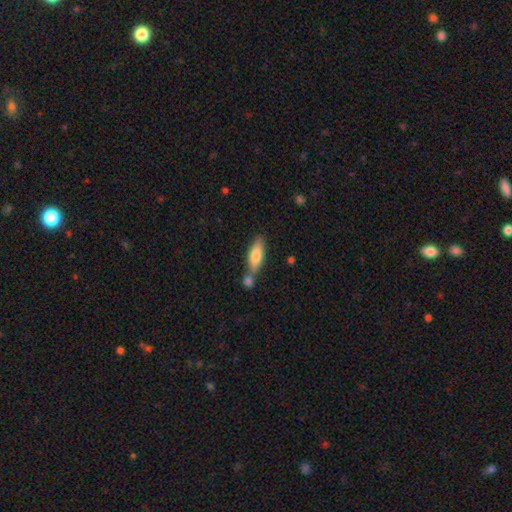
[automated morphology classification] A smooth galaxy with no disk features (78%) that is in between round and cigar-shaped (62%). Merging: none (50%).